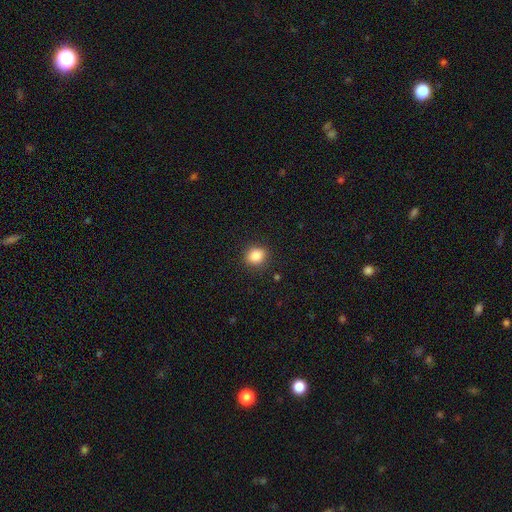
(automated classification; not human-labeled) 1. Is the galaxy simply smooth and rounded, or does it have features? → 86% smooth, 10% star or artifact, 4% featured or disk.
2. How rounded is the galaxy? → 72% round, 27% in between, 1% cigar-shaped.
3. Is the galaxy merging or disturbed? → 88% none, 8% minor disturbance, 2% major disturbance, 1% merger.